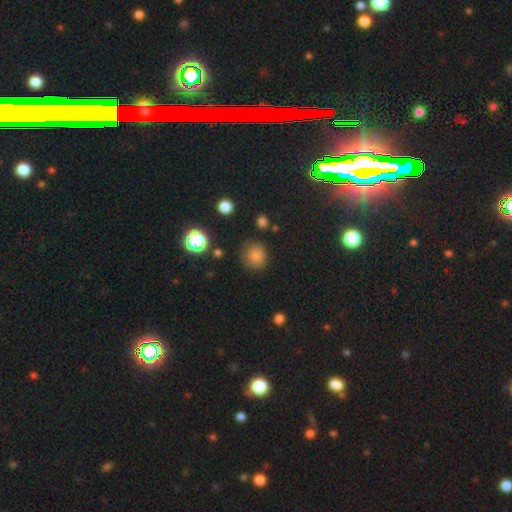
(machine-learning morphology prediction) smooth_or_featured: smooth (p=0.78) [alt: star or artifact p=0.15]
how_rounded: round (p=0.84) [alt: in between p=0.15]
merging: none (p=0.75) [alt: minor disturbance p=0.17]